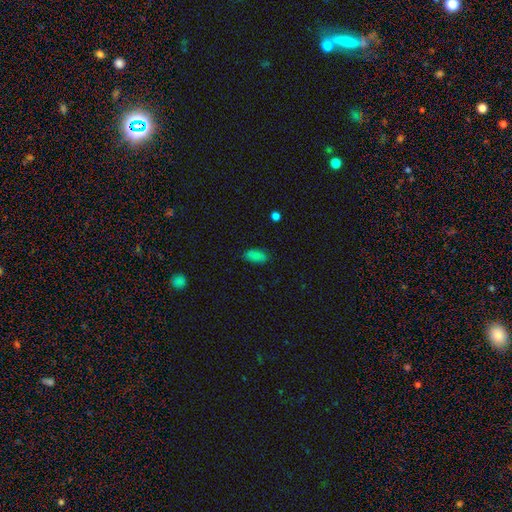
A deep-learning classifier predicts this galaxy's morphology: This is clearly a smooth galaxy (83%). How rounded: clearly in between (91%). Merging: clearly none (80%).